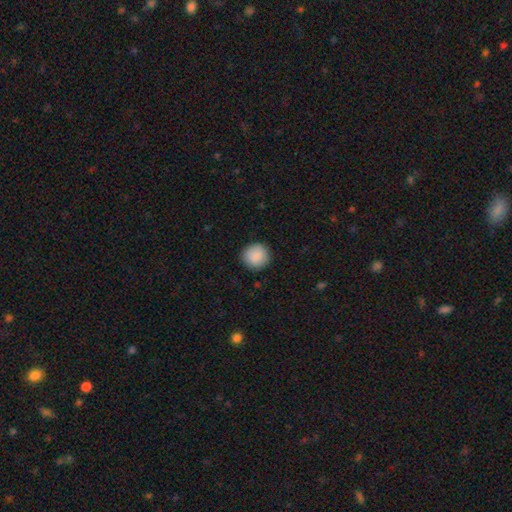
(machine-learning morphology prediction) The model was most divided on "smooth or featured": smooth: 90%, star or artifact: 7%, featured or disk: 3%. More confident: how rounded — round (94%); merging — none (91%).